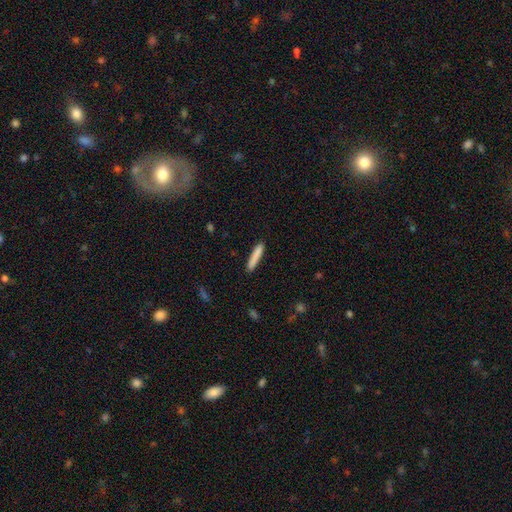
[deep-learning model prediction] Morphology: type=smooth (84%); roundness=cigar-shaped (93%); merging=none (90%).